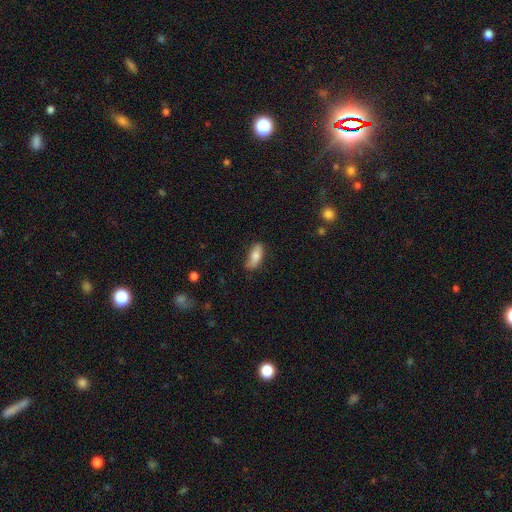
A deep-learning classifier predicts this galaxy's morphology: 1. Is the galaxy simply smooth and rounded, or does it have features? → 75% smooth, 18% featured or disk, 7% star or artifact.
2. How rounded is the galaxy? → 73% in between, 25% cigar-shaped, 3% round.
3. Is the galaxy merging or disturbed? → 70% none, 23% minor disturbance, 5% major disturbance, 2% merger.